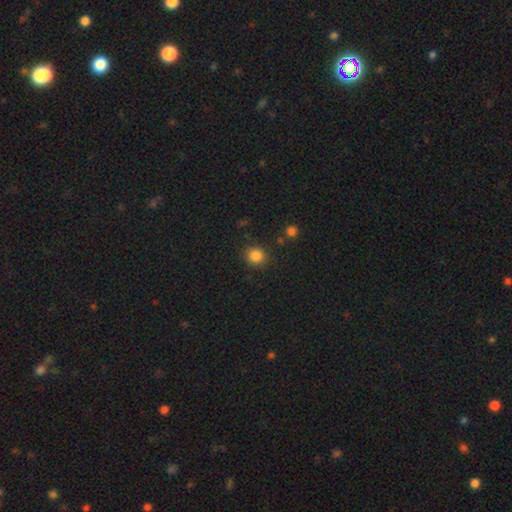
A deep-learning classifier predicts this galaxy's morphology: The model was most divided on "smooth or featured": smooth: 85%, star or artifact: 11%, featured or disk: 4%. More confident: merging — none (87%); how rounded — round (86%).